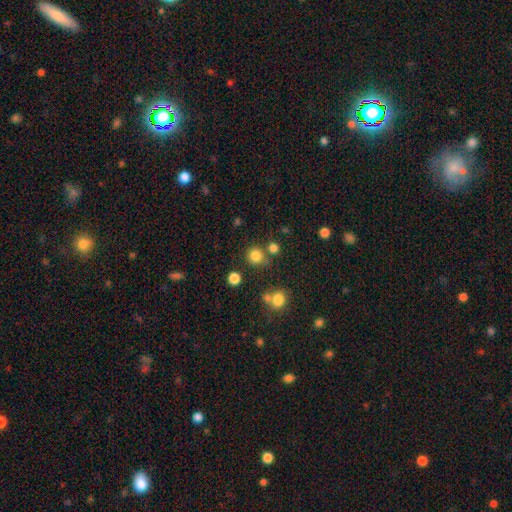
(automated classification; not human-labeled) smooth-or-featured: smooth: 81% | star or artifact: 14% | featured or disk: 5%
  how-rounded: round: 91% | in between: 8% | cigar-shaped: 1%
  merging: none: 75% | merger: 12% | minor disturbance: 8% | major disturbance: 4%